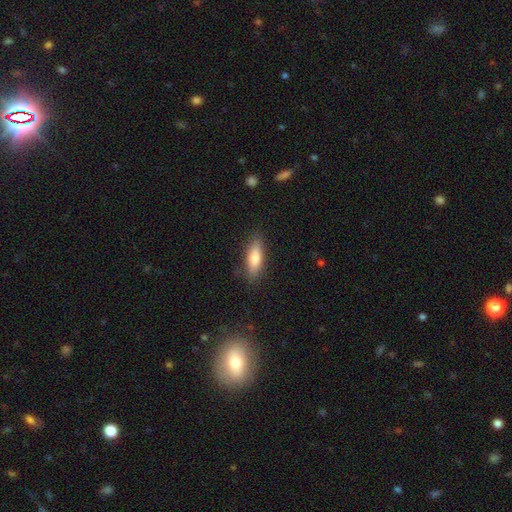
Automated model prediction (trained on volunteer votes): Smooth or featured: smooth — 79% (featured or disk — 14%)
How rounded: in between — 56% (cigar-shaped — 42%)
Merging: none — 83% (minor disturbance — 13%)